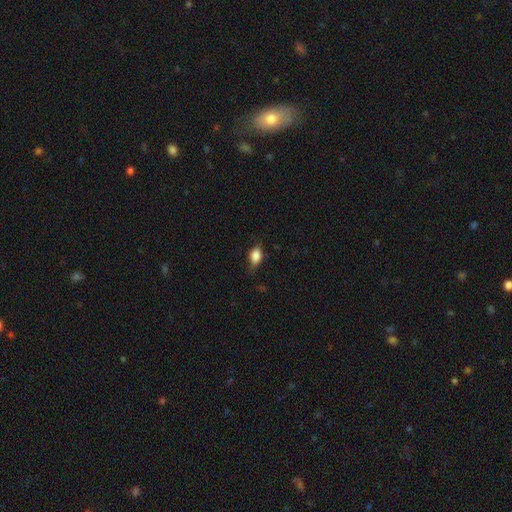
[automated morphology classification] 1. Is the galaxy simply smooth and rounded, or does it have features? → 85% smooth, 8% star or artifact, 7% featured or disk.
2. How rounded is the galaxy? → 81% in between, 16% round, 3% cigar-shaped.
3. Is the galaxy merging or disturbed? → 64% none, 29% minor disturbance, 6% major disturbance, 1% merger.